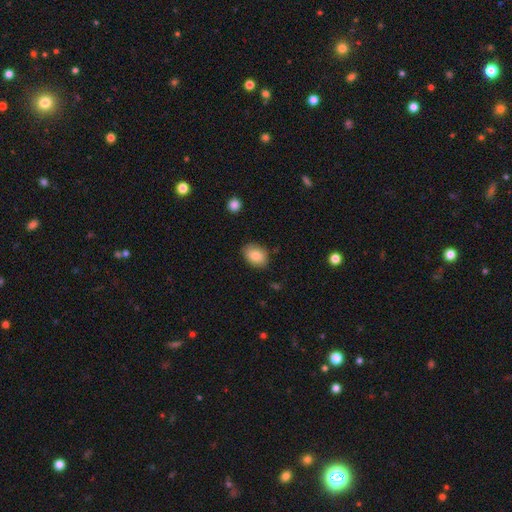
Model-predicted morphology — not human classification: This is clearly a smooth galaxy (85%). How rounded: likely in between (78%). Merging: clearly none (83%).